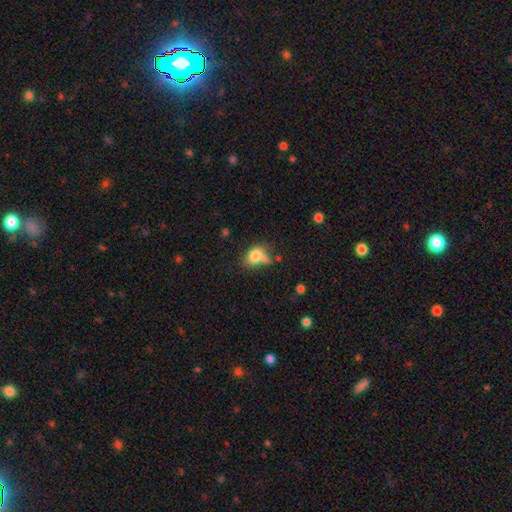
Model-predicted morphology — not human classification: smooth-or-featured: smooth: 75% | featured or disk: 14% | star or artifact: 10%
  how-rounded: in between: 72% | round: 25% | cigar-shaped: 2%
  merging: none: 34% | minor disturbance: 27% | major disturbance: 20% | merger: 20%